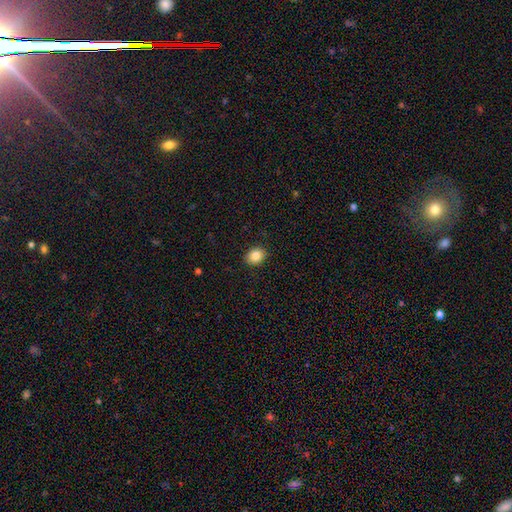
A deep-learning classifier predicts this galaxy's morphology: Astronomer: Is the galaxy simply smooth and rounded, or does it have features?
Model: smooth — 85%.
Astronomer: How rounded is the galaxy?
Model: in between — 51% (runner-up: round, 48%).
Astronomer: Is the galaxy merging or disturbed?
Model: none — 89%.